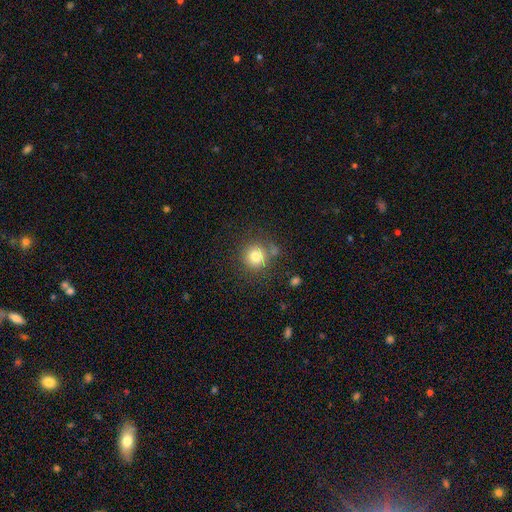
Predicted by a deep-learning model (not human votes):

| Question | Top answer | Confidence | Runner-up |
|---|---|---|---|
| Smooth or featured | smooth | 79% | star or artifact (12%) |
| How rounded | round | 93% | in between (6%) |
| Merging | none | 75% | minor disturbance (12%) |